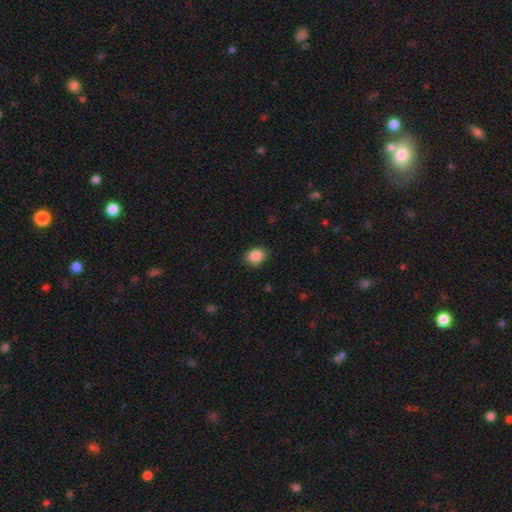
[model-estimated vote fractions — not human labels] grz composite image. It shows a smooth galaxy with no disk features (88%) that is round (56%). Merging: none (81%).